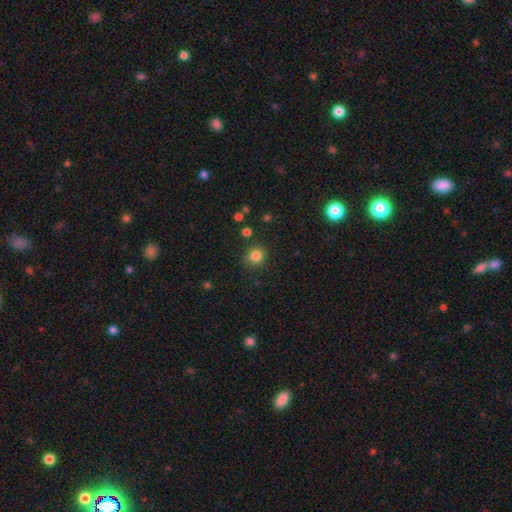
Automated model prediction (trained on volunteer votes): smooth 82%, star or artifact 13%, featured or disk 5%. Down the decision tree: how rounded — round (86%); merging — none (86%).